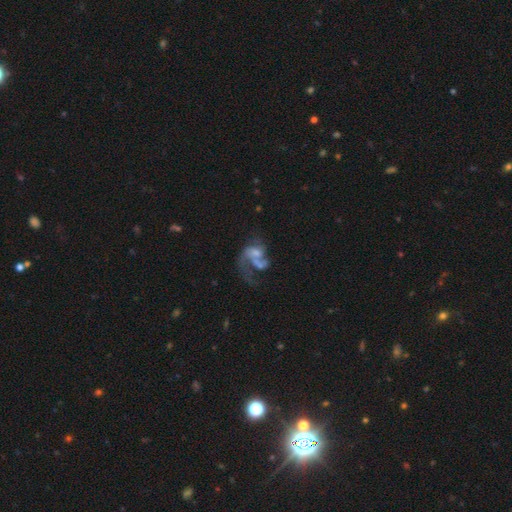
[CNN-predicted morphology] A featured or disk galaxy (66%) with no bar (67%), spiral arms (64%) and a moderate central bulge (32%). Merging: major disturbance (39%).